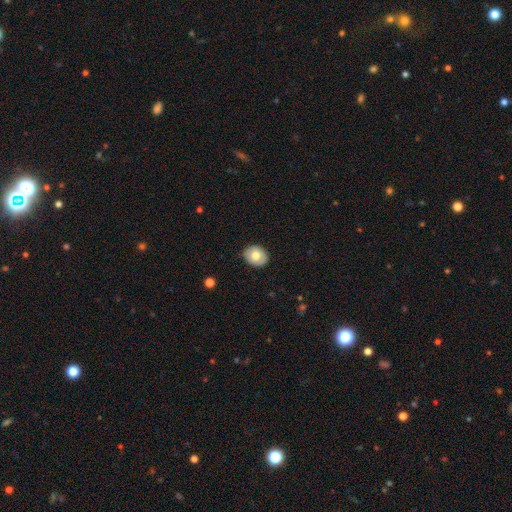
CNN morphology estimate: type=smooth (71%); roundness=round (52%); merging=none (87%).